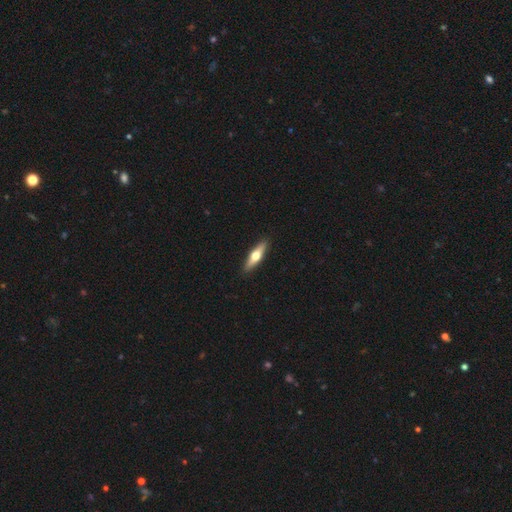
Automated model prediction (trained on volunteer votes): A featured or disk galaxy (51%) viewed edge-on (93%). Merging: none (92%).